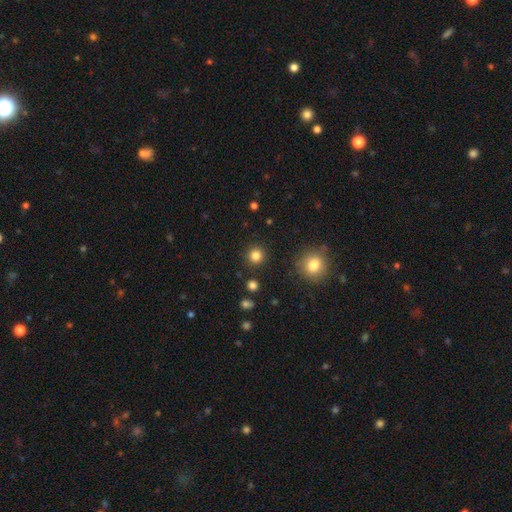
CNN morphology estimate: This appears to be a smooth galaxy with no disk features (83%) that is round (94%). Merging: none (91%).